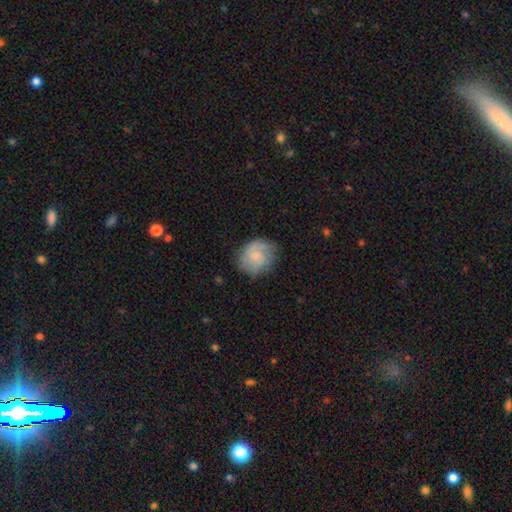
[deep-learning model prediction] This is possibly a smooth galaxy (49%). Merging: likely none (69%).